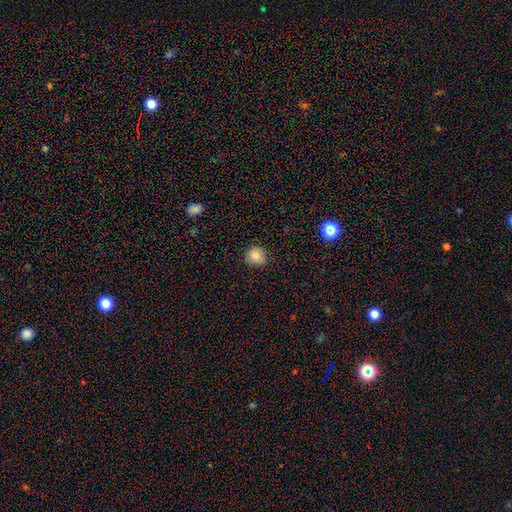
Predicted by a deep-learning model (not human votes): Q: Smooth or featured?
A: smooth (84%); runner-up: star or artifact (11%)
Q: How rounded?
A: round (84%); runner-up: in between (15%)
Q: Merging?
A: none (83%); runner-up: minor disturbance (13%)